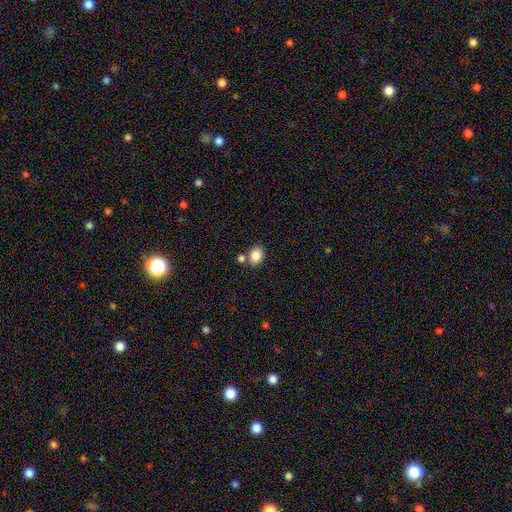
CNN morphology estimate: Smooth or featured?
  - smooth: 86% *
  - star or artifact: 9%
  - featured or disk: 5%
How rounded?
  - in between: 60% *
  - round: 39%
  - cigar-shaped: 1%
Merging?
  - none: 69% *
  - merger: 18%
  - minor disturbance: 10%
  - major disturbance: 3%